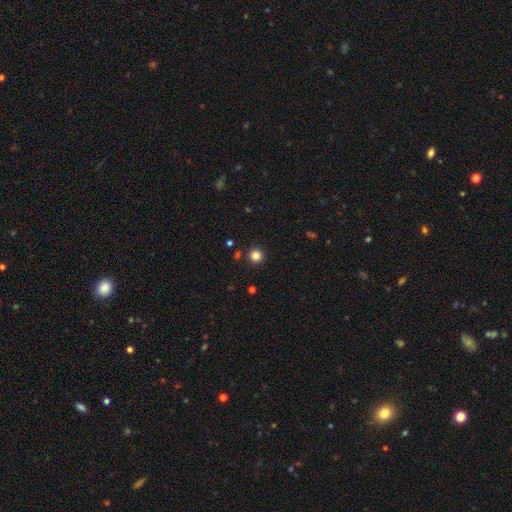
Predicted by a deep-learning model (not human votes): smooth-or-featured: smooth: 83% | star or artifact: 12% | featured or disk: 4%
  how-rounded: round: 95% | in between: 4% | cigar-shaped: 1%
  merging: none: 91% | minor disturbance: 5% | merger: 2% | major disturbance: 2%